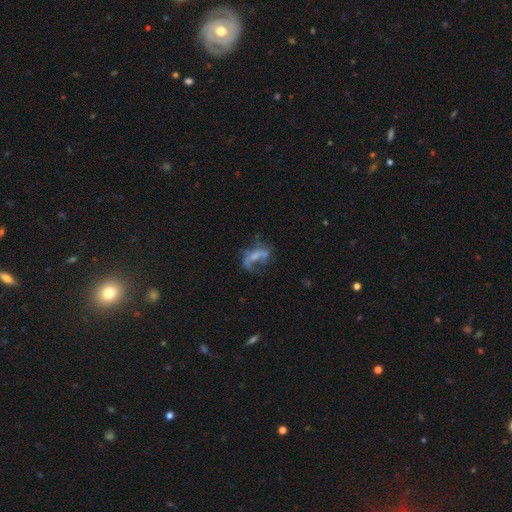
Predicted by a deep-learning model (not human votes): Q: Smooth or featured?
A: featured or disk (56%); runner-up: smooth (30%)
Q: Edge-on disk?
A: no (93%); runner-up: yes (7%)
Q: Bar?
A: no (58%); runner-up: weak (27%)
Q: Spiral arms?
A: no (59%); runner-up: yes (41%)
Q: Bulge size?
A: small (38%); runner-up: none (36%)
Q: Merging?
A: major disturbance (41%); runner-up: none (32%)